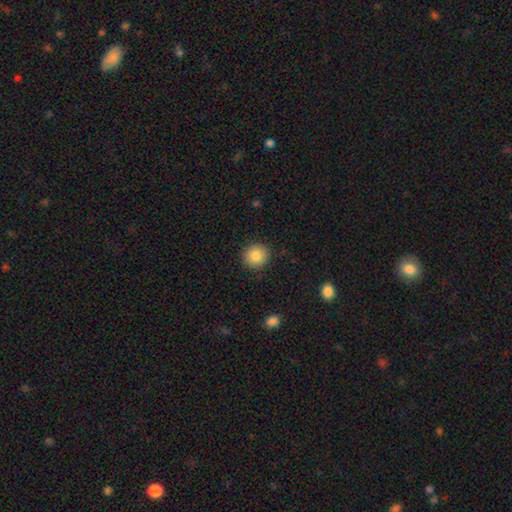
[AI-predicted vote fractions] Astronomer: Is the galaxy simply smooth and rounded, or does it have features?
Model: smooth — 85%.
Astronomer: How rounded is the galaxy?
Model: round — 91%.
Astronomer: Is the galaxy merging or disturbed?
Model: none — 90%.